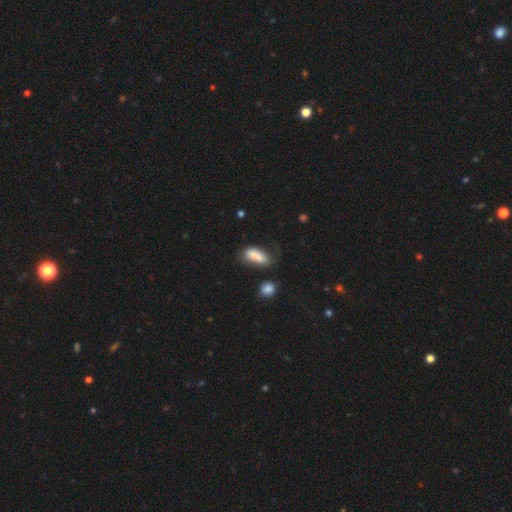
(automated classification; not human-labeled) Smooth or featured: smooth — 81% (featured or disk — 10%)
How rounded: in between — 76% (cigar-shaped — 21%)
Merging: none — 44% (minor disturbance — 31%)